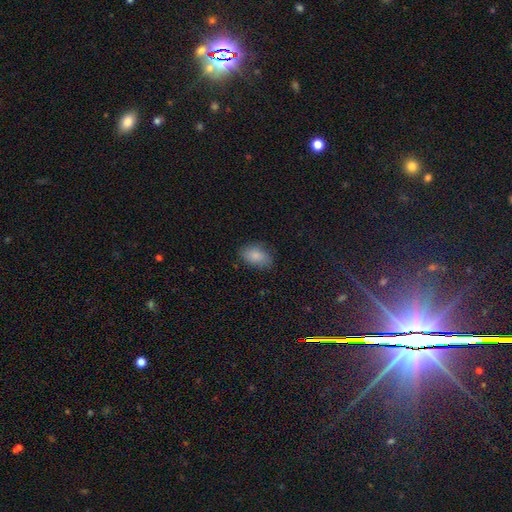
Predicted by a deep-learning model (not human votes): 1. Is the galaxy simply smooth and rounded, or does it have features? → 84% smooth, 8% featured or disk, 8% star or artifact.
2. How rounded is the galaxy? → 89% in between, 10% round, 2% cigar-shaped.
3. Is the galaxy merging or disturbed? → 78% none, 17% minor disturbance, 4% major disturbance, 1% merger.